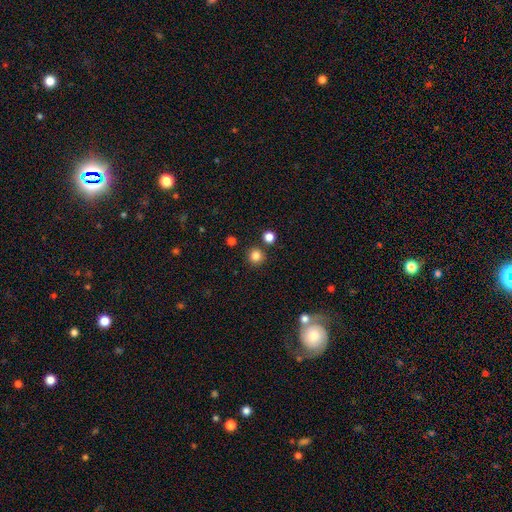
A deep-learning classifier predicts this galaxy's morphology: Smooth or featured? smooth (82%)
How rounded? round (94%)
Merging? none (87%)